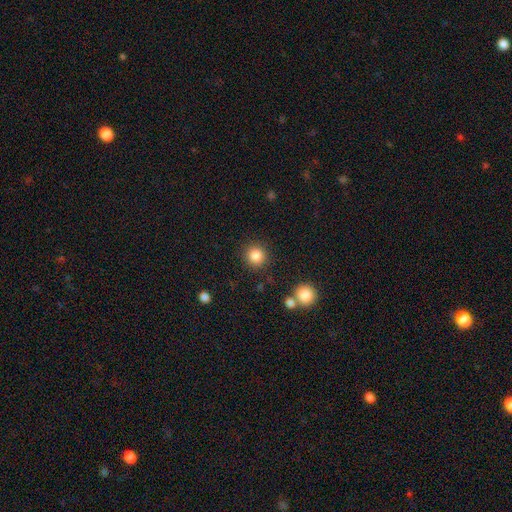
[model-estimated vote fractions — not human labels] A smooth galaxy with no disk features (86%) that is round (92%). Merging: none (86%).